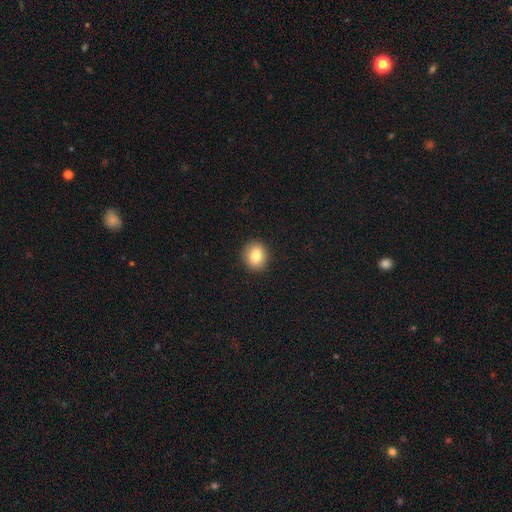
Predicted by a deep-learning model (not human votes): smooth 82%, star or artifact 9%, featured or disk 9%. Down the decision tree: how rounded — round (74%); merging — none (91%).